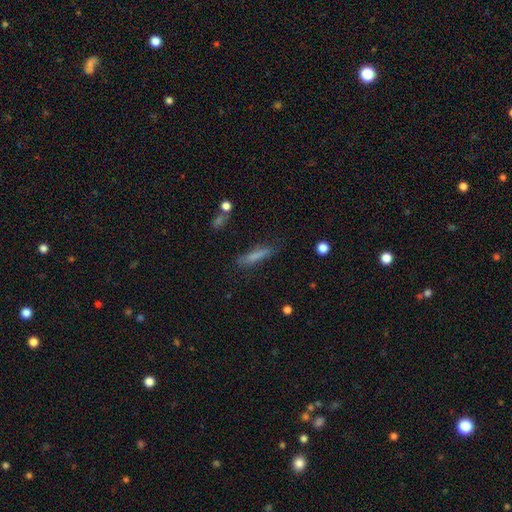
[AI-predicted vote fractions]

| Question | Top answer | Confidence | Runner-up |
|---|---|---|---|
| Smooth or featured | smooth | 74% | featured or disk (18%) |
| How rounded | cigar-shaped | 85% | in between (13%) |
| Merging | none | 76% | minor disturbance (16%) |